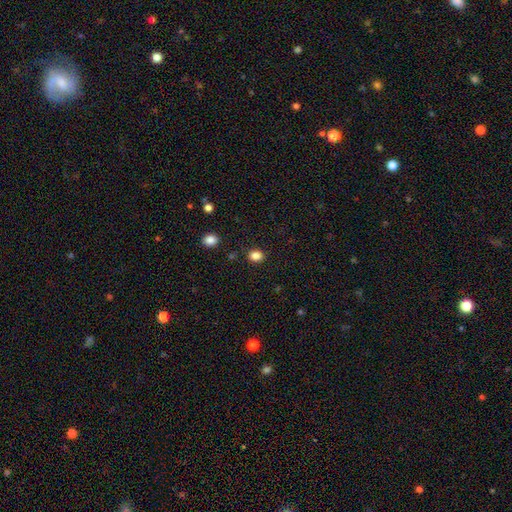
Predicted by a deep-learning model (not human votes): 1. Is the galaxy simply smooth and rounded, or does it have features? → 84% smooth, 12% star or artifact, 4% featured or disk.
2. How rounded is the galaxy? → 65% round, 34% in between, 1% cigar-shaped.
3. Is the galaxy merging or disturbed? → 87% none, 8% minor disturbance, 2% major disturbance, 2% merger.